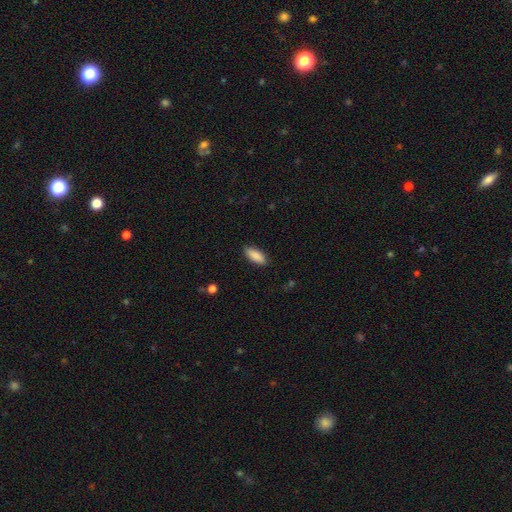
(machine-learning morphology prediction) smooth 89%, star or artifact 6%, featured or disk 5%. Down the decision tree: how rounded — in between (76%); merging — none (88%).